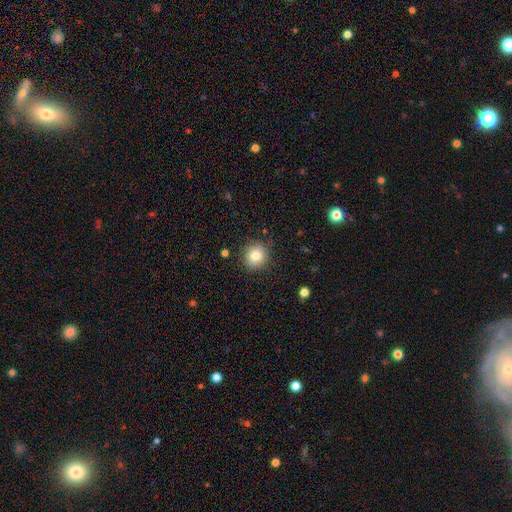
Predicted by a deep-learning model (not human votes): Smooth or featured? smooth (80%)
How rounded? round (91%)
Merging? none (87%)